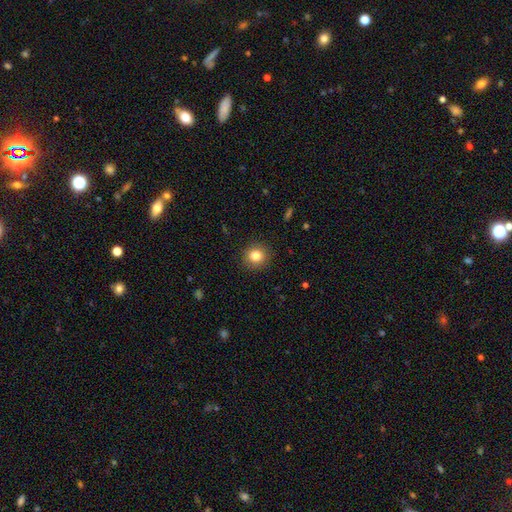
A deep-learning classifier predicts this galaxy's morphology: smooth 82%, star or artifact 11%, featured or disk 7%. Down the decision tree: how rounded — round (91%); merging — none (91%).